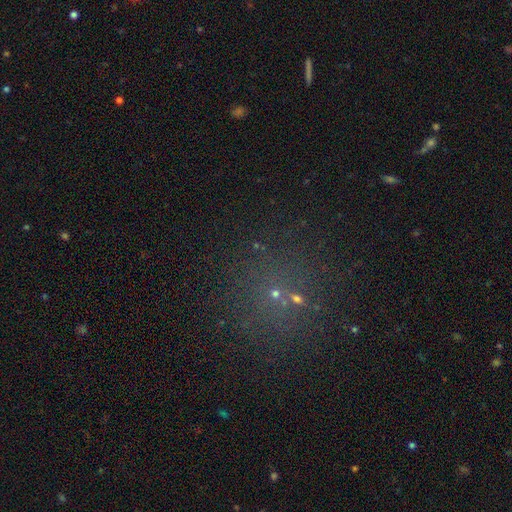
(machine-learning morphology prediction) Smooth or featured? star or artifact (52%)